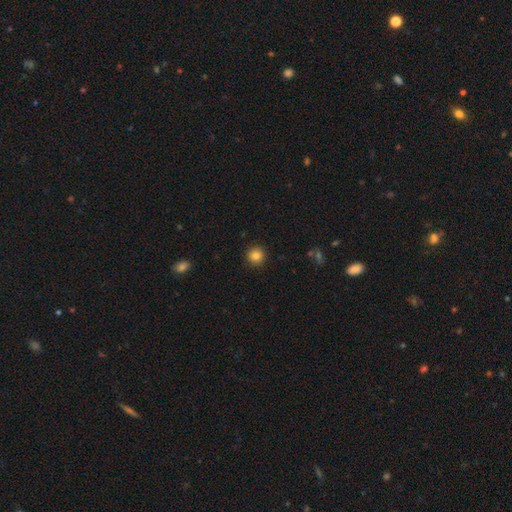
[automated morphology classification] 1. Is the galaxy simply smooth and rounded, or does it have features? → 84% smooth, 11% star or artifact, 6% featured or disk.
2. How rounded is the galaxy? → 94% round, 5% in between, 1% cigar-shaped.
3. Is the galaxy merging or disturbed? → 92% none, 5% minor disturbance, 2% major disturbance, 1% merger.